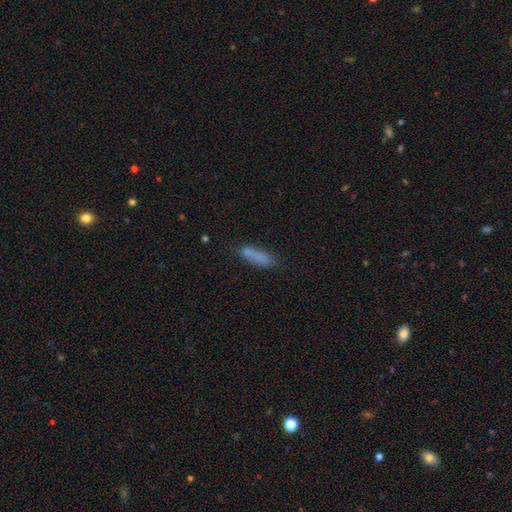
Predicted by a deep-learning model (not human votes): Smooth or featured? smooth (77%)
How rounded? cigar-shaped (57%)
Merging? none (64%)